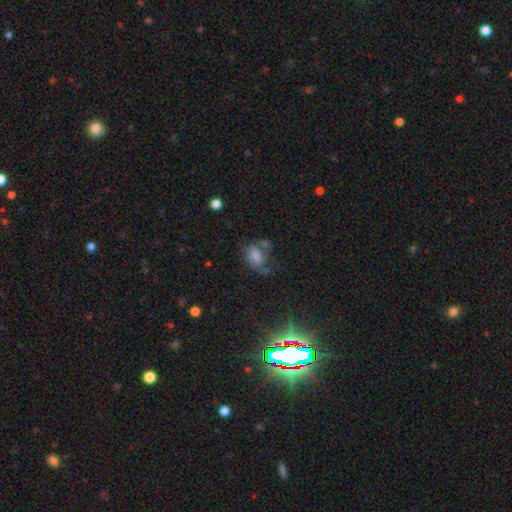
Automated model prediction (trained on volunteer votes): This appears to be a featured or disk galaxy (37%, tied with smooth). Merging: none (40%).